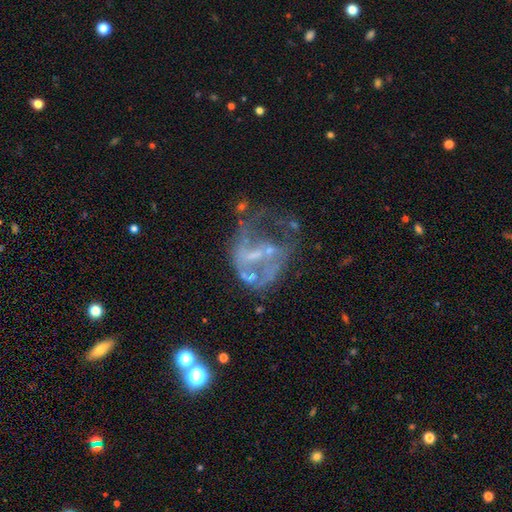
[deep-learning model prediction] A featured or disk galaxy (67%) with no bar (60%), no spiral arms (65%) and no central bulge (47%). Merging: major disturbance (43%).